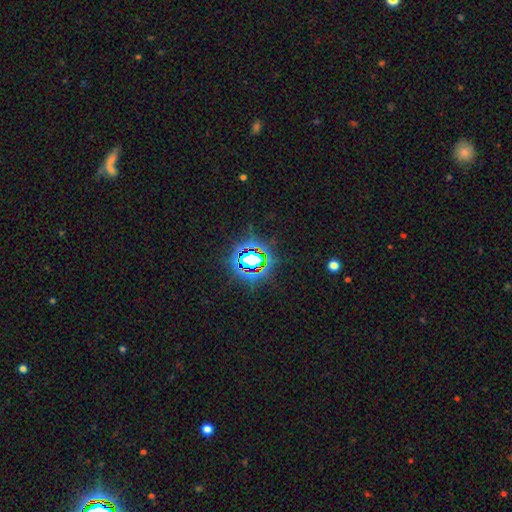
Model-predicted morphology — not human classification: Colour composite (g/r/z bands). It shows a star or artifact, not a galaxy (80%).